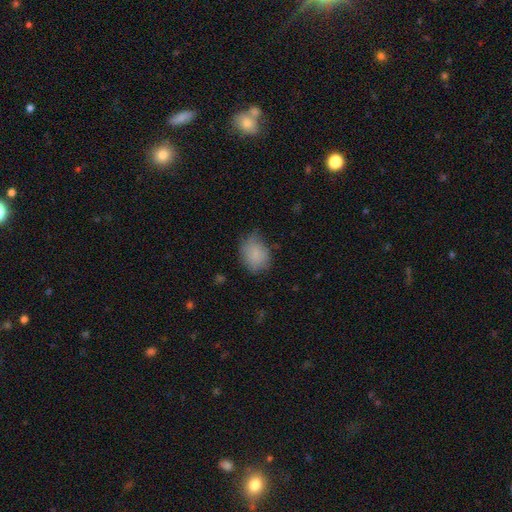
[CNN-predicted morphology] A smooth galaxy with no disk features (82%) that is in between round and cigar-shaped (57%).

Vote fractions:
- Smooth or featured? smooth: 82% / featured or disk: 11% / star or artifact: 8%
- How rounded? in between: 57% / round: 42% / cigar-shaped: 1%
- Merging? none: 53% / minor disturbance: 35% / major disturbance: 10% / merger: 2%